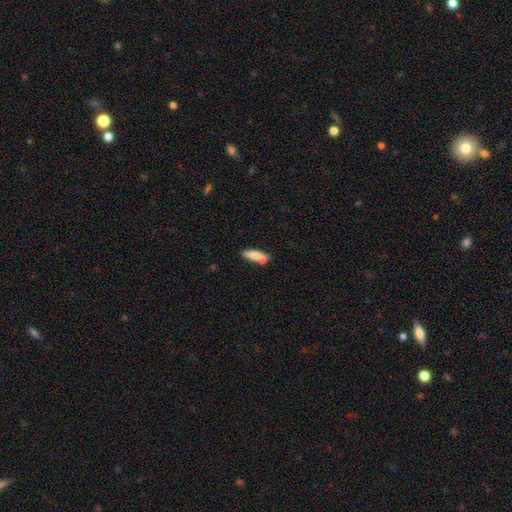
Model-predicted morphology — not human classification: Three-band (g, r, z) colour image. It shows a smooth galaxy with no disk features (76%) that is cigar-shaped (50%). Merging: none (60%).